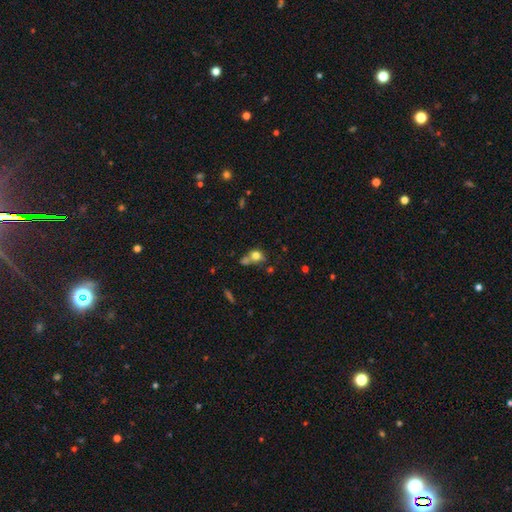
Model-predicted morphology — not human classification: smooth_or_featured: smooth (p=0.73) [alt: featured or disk p=0.14]
how_rounded: round (p=0.64) [alt: in between p=0.33]
merging: merger (p=0.38) [alt: none p=0.37]